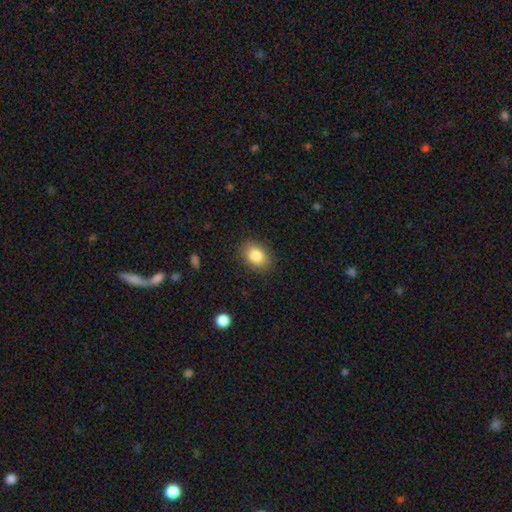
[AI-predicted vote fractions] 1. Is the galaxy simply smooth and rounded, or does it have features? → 84% smooth, 8% star or artifact, 8% featured or disk.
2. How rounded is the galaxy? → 74% in between, 25% round, 1% cigar-shaped.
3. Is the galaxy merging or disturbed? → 86% none, 10% minor disturbance, 3% major disturbance, 1% merger.